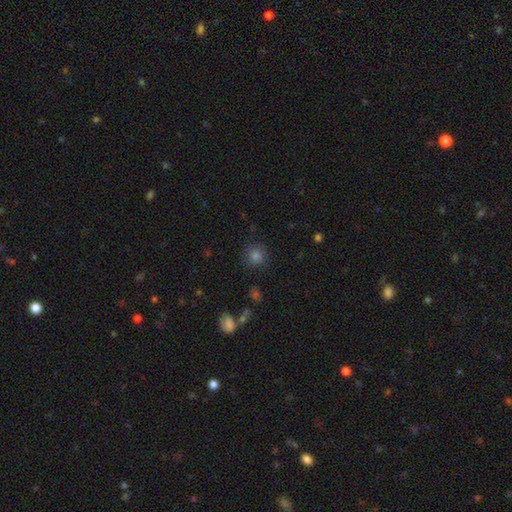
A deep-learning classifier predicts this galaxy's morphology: This appears to be a smooth galaxy with no disk features (74%) that is round (92%). Merging: none (87%).